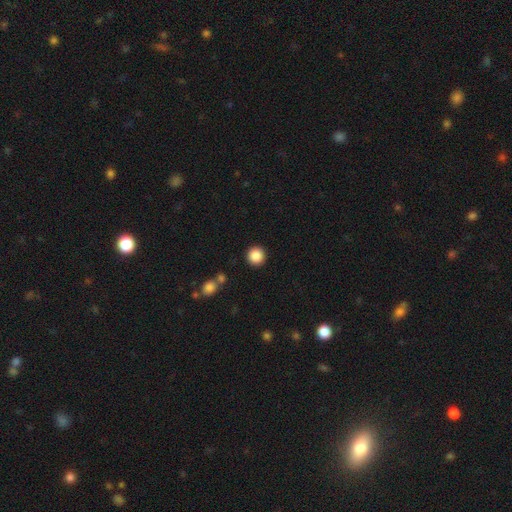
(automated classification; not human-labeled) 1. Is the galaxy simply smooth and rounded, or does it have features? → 88% smooth, 9% star or artifact, 3% featured or disk.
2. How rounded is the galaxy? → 95% round, 4% in between, 1% cigar-shaped.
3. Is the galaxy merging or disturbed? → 91% none, 5% minor disturbance, 2% merger, 2% major disturbance.